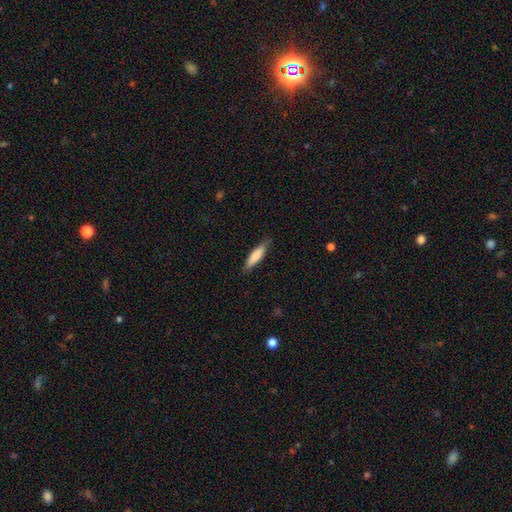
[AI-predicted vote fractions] Q: Smooth or featured?
A: smooth (76%); runner-up: featured or disk (19%)
Q: How rounded?
A: cigar-shaped (73%); runner-up: in between (25%)
Q: Merging?
A: none (83%); runner-up: minor disturbance (14%)